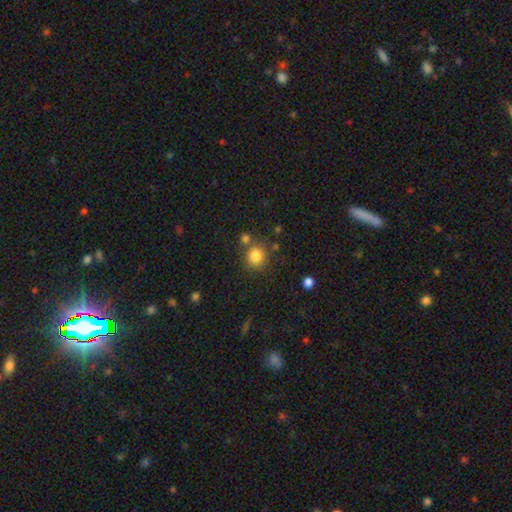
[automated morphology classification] smooth 83%, star or artifact 11%, featured or disk 6%. Down the decision tree: how rounded — round (88%); merging — none (73%).